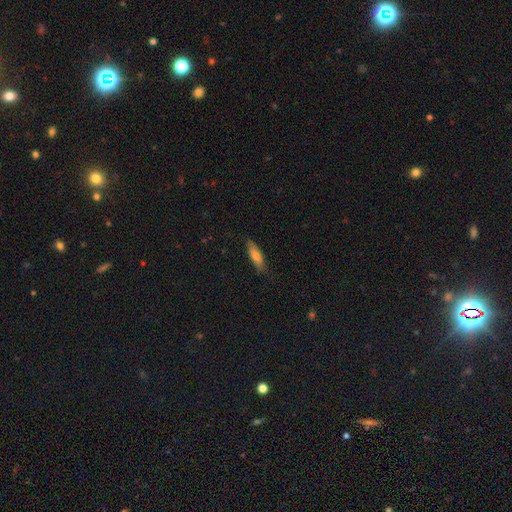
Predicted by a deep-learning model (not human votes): smooth_or_featured: smooth (p=0.70) [alt: featured or disk p=0.24]
how_rounded: cigar-shaped (p=0.54) [alt: in between p=0.44]
merging: none (p=0.83) [alt: minor disturbance p=0.14]